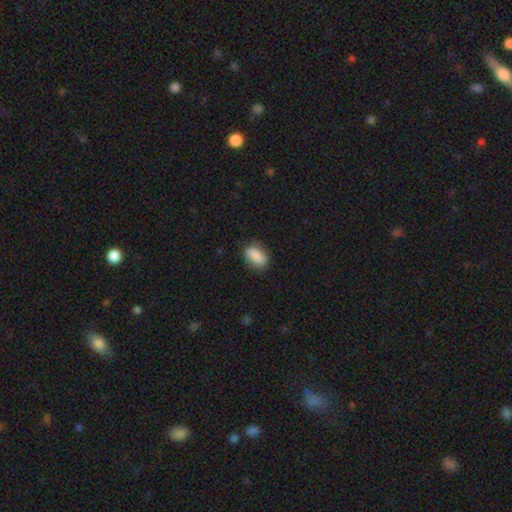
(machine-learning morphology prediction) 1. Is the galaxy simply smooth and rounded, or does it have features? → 83% smooth, 10% featured or disk, 7% star or artifact.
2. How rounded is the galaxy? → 86% in between, 8% round, 6% cigar-shaped.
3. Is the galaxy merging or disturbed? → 79% none, 16% minor disturbance, 4% major disturbance, 1% merger.